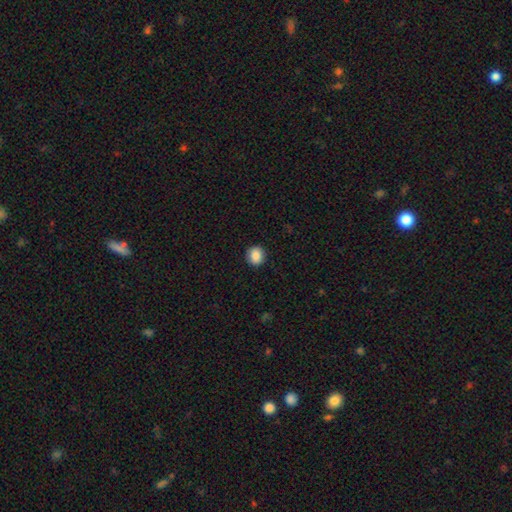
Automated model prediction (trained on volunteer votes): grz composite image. It shows a smooth galaxy with no disk features (88%) that is round (84%). Merging: none (91%).